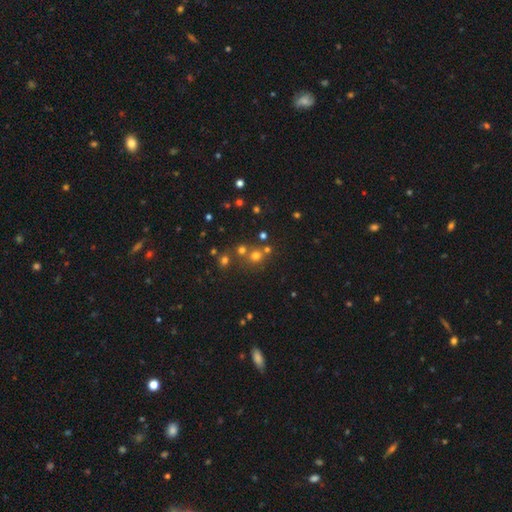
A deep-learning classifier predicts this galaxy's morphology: Smooth or featured? smooth (63%)
How rounded? round (87%)
Merging? none (63%)